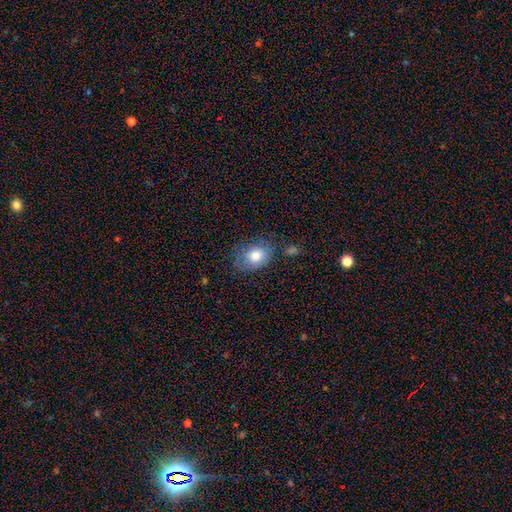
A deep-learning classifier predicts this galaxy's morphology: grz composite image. It shows a smooth galaxy with no disk features (77%) that is in between round and cigar-shaped (69%). Merging: none (61%).